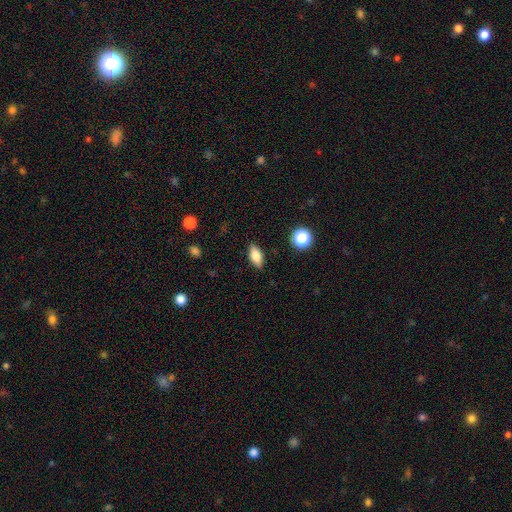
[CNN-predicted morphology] Smooth or featured? Predicted: smooth (p=0.79). How rounded? Predicted: in between (p=0.84). Merging? Predicted: none (p=0.87).